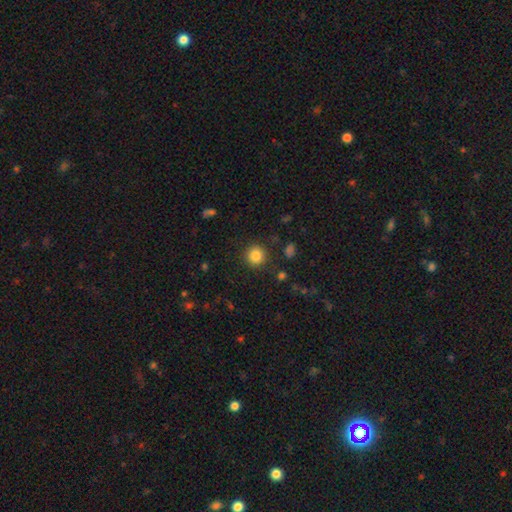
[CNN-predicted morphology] The model was most divided on "smooth or featured": smooth: 84%, star or artifact: 11%, featured or disk: 5%. More confident: how rounded — round (92%); merging — none (89%).